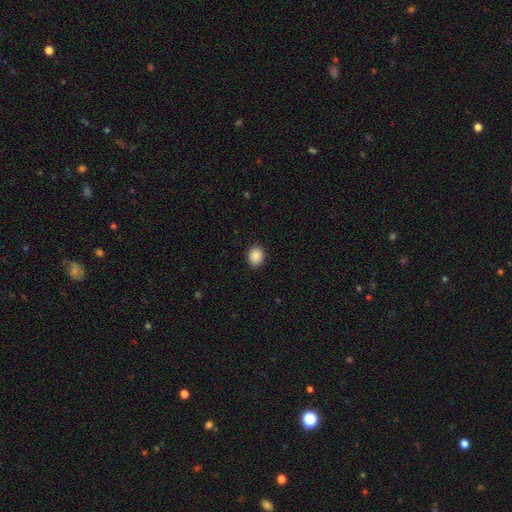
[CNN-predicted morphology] Smooth or featured: smooth — 89% (star or artifact — 8%)
How rounded: round — 60% (in between — 39%)
Merging: none — 90% (minor disturbance — 7%)